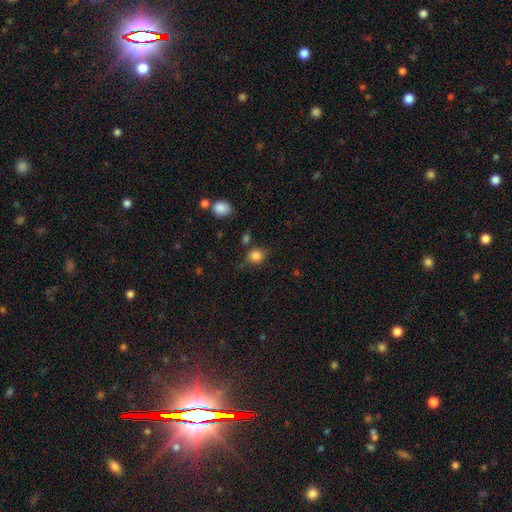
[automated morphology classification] Smooth or featured?
  - smooth: 83% *
  - star or artifact: 11%
  - featured or disk: 6%
How rounded?
  - round: 63% *
  - in between: 36%
  - cigar-shaped: 1%
Merging?
  - none: 69% *
  - minor disturbance: 20%
  - major disturbance: 5%
  - merger: 5%